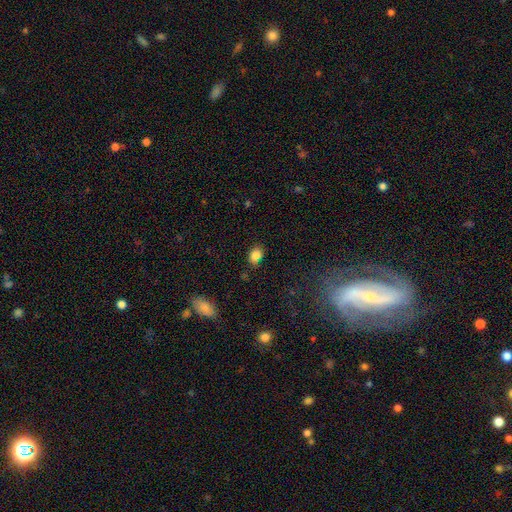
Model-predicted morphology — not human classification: Smooth or featured: smooth — 83% (star or artifact — 11%)
How rounded: in between — 66% (round — 32%)
Merging: none — 72% (minor disturbance — 19%)